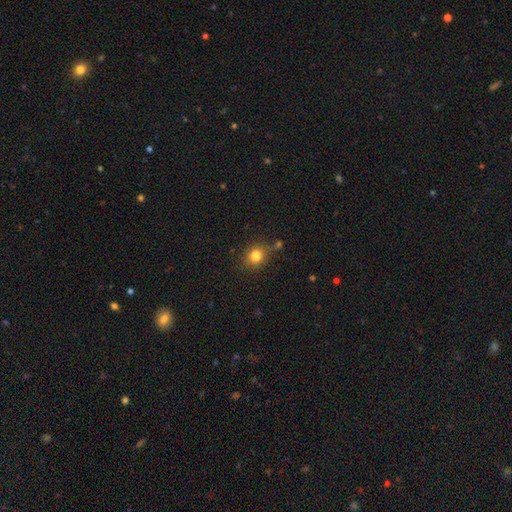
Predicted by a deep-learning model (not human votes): Smooth or featured? Predicted: smooth (p=0.81). How rounded? Predicted: round (p=0.80). Merging? Predicted: none (p=0.73).